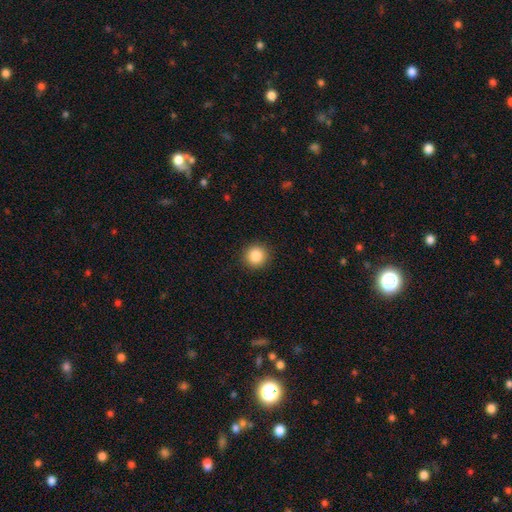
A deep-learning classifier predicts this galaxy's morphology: Smooth or featured? smooth (86%)
How rounded? round (93%)
Merging? none (92%)